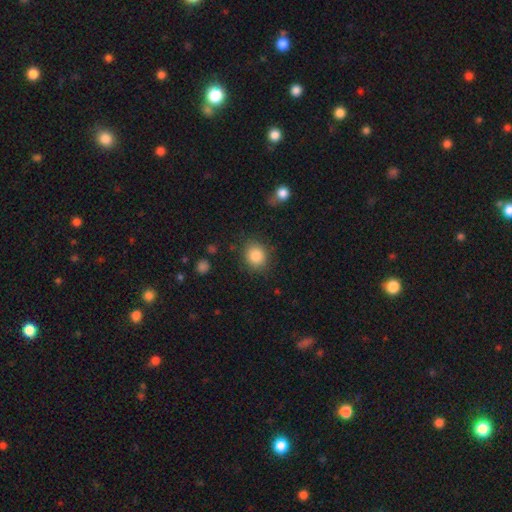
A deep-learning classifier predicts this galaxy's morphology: smooth 85%, star or artifact 9%, featured or disk 5%. Down the decision tree: how rounded — round (73%); merging — none (83%).